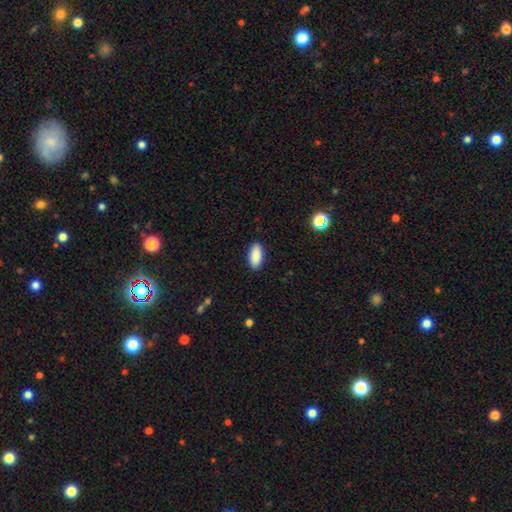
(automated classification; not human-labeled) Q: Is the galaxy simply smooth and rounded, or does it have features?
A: smooth — 90%.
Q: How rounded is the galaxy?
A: in between — 90%.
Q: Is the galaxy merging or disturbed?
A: none — 90%.